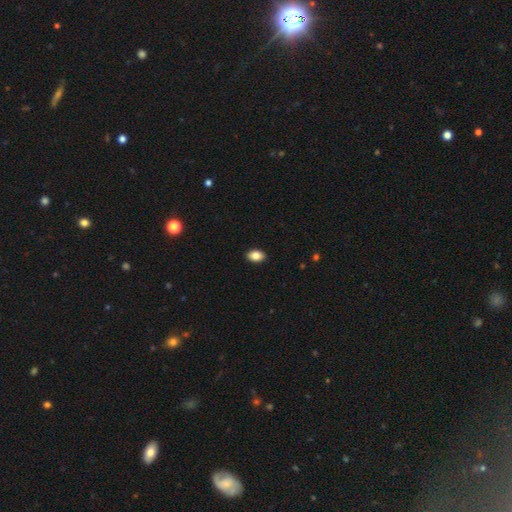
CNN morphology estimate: Smooth or featured: smooth — 86% (star or artifact — 8%)
How rounded: in between — 86% (round — 13%)
Merging: none — 91% (minor disturbance — 7%)